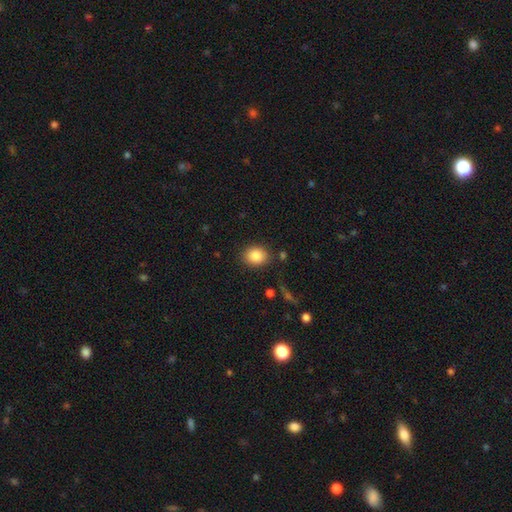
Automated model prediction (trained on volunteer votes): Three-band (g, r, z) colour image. It shows a smooth galaxy with no disk features (87%) that is round (50%). Merging: none (85%).